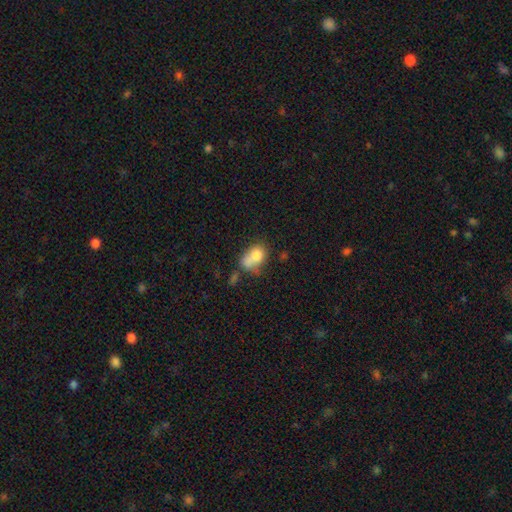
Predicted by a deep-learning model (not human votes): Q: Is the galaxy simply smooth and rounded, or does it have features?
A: smooth — 74%.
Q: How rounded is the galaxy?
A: in between — 55%.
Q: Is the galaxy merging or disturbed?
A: merger — 49%.